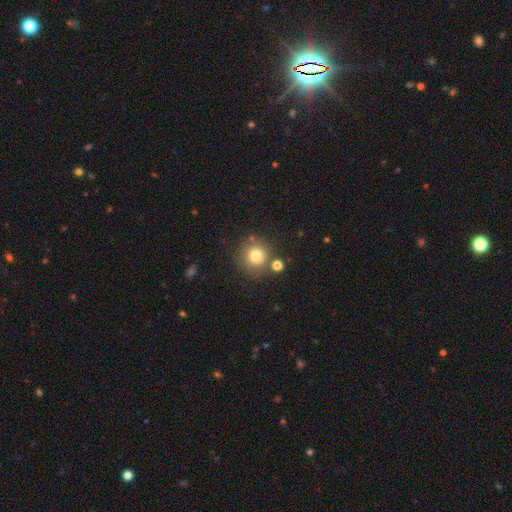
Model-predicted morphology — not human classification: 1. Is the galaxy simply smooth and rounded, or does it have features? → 76% smooth, 13% star or artifact, 10% featured or disk.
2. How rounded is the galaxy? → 93% round, 6% in between, 1% cigar-shaped.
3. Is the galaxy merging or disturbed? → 78% none, 10% merger, 9% minor disturbance, 3% major disturbance.